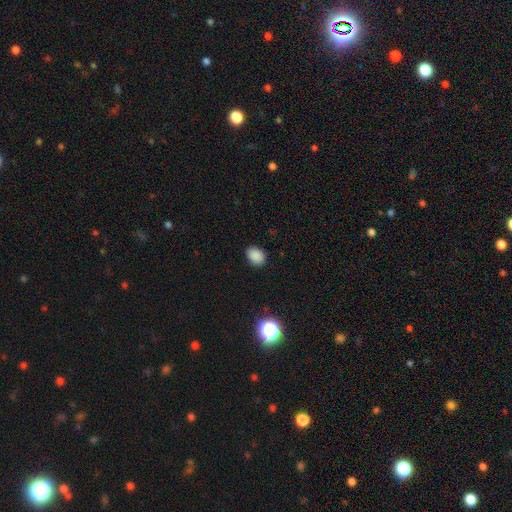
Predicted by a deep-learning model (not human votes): A smooth galaxy with no disk features (86%) that is in between round and cigar-shaped (65%). Merging: none (87%).